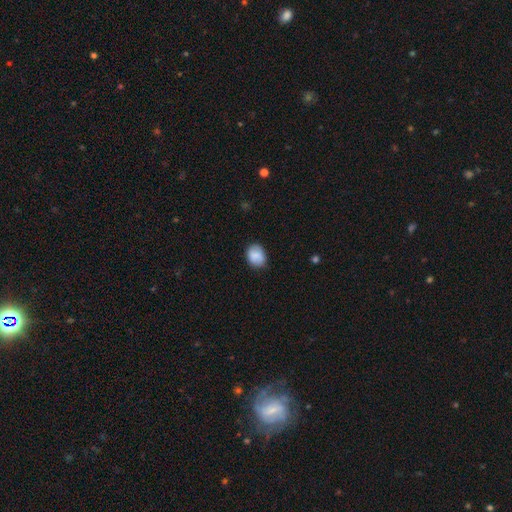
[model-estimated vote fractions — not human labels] Smooth or featured? smooth (84%)
How rounded? in between (54%)
Merging? none (79%)